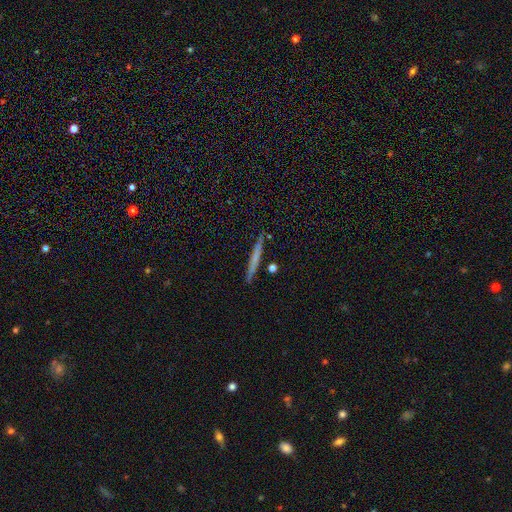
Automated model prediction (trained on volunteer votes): The model was most divided on "smooth or featured": smooth: 57%, featured or disk: 36%, star or artifact: 7%. More confident: how rounded — cigar-shaped (96%); merging — none (90%).